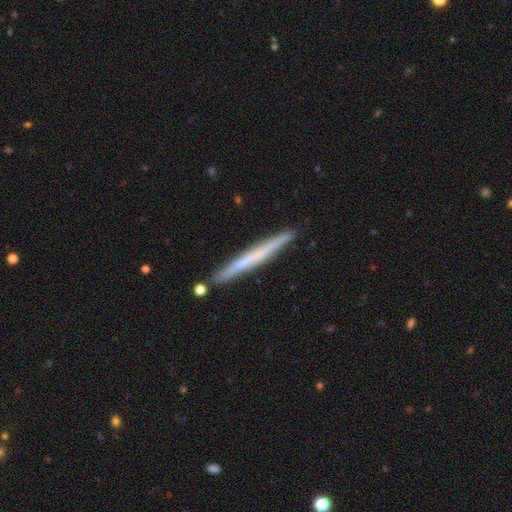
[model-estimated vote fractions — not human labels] smooth_or_featured: smooth (p=0.47) [alt: featured or disk p=0.46]
merging: none (p=0.90) [alt: minor disturbance p=0.07]